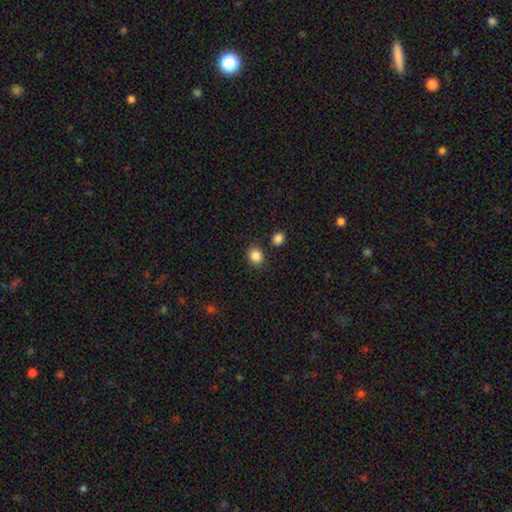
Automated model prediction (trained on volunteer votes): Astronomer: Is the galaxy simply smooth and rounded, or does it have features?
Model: smooth — 86%.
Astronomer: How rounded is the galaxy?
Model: round — 68%.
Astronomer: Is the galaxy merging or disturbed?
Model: none — 83%.